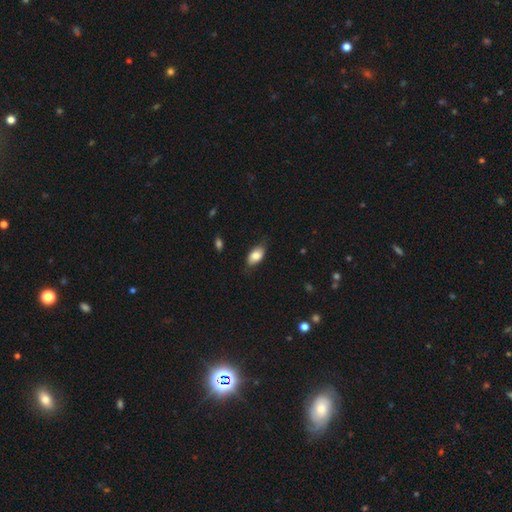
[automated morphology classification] smooth-or-featured: smooth: 79% | featured or disk: 14% | star or artifact: 7%
  how-rounded: in between: 91% | round: 5% | cigar-shaped: 3%
  merging: none: 74% | minor disturbance: 21% | major disturbance: 4% | merger: 1%